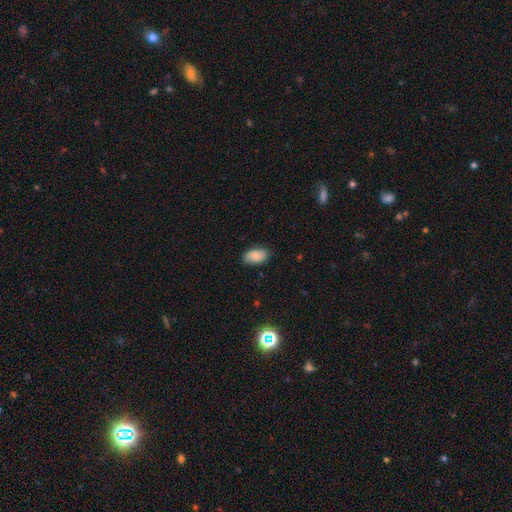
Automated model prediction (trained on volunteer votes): Overall: smooth (81%). How rounded: in between (94%). Merging: none (83%).